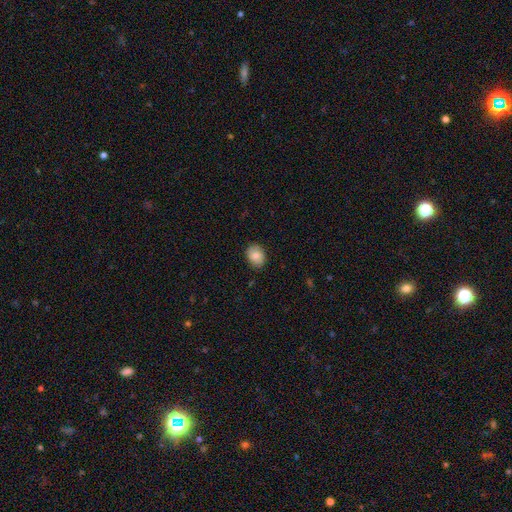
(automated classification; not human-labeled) Q: Smooth or featured?
A: smooth (81%); runner-up: featured or disk (11%)
Q: How rounded?
A: in between (59%); runner-up: round (40%)
Q: Merging?
A: none (85%); runner-up: minor disturbance (12%)